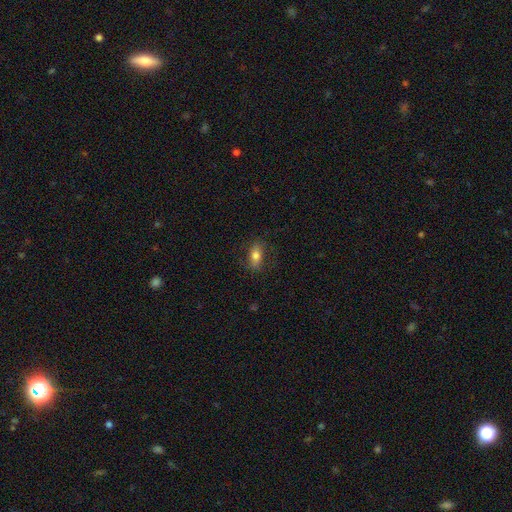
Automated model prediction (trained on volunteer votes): Overall: smooth (70%). How rounded: in between (82%). Merging: none (78%).